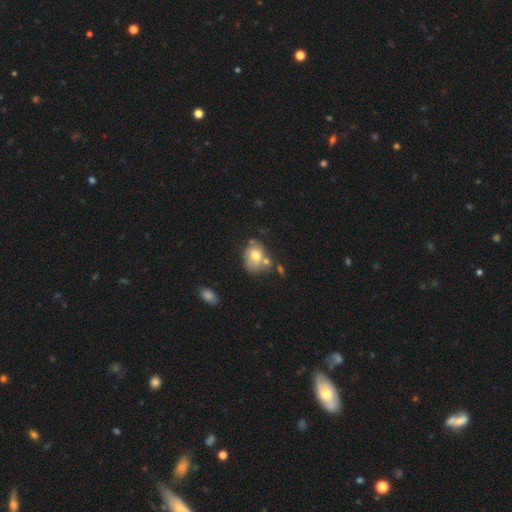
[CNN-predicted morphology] Overall: smooth (71%). How rounded: in between (52%; round 47%). Merging: none (42%; merger 28%).